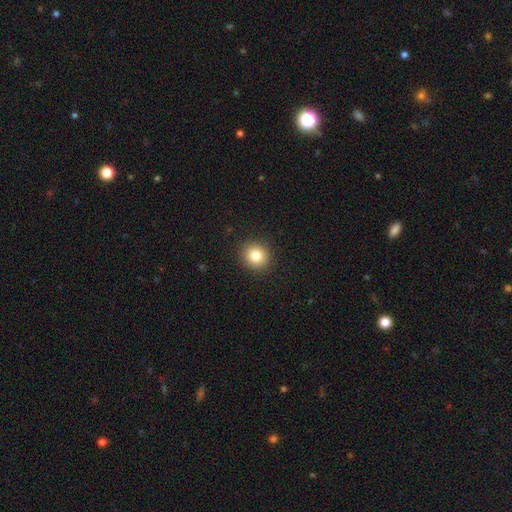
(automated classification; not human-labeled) smooth 83%, star or artifact 11%, featured or disk 6%. Down the decision tree: how rounded — round (86%); merging — none (91%).